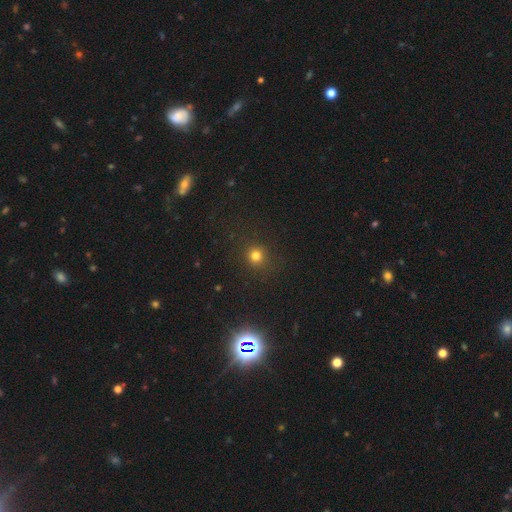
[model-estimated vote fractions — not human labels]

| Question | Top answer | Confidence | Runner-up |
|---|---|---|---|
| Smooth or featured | smooth | 76% | star or artifact (18%) |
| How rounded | round | 91% | in between (8%) |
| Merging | none | 88% | minor disturbance (7%) |